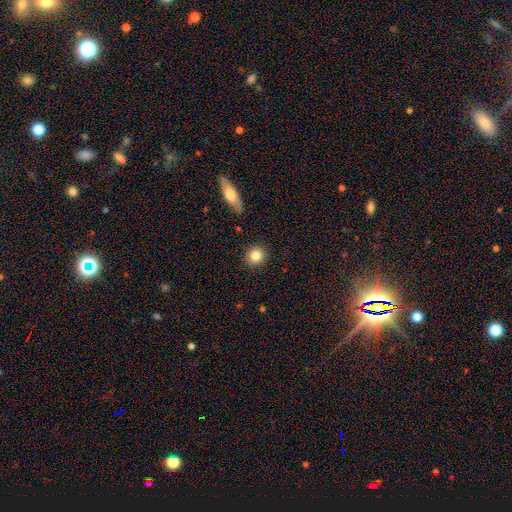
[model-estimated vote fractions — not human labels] A smooth galaxy with no disk features (84%) that is round (89%). Merging: none (90%).